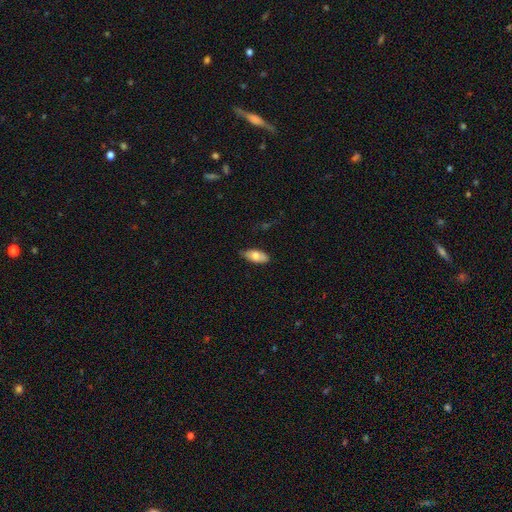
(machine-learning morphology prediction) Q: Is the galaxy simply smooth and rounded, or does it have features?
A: smooth — 70%.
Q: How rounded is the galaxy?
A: in between — 89%.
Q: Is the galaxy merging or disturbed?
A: none — 78%.